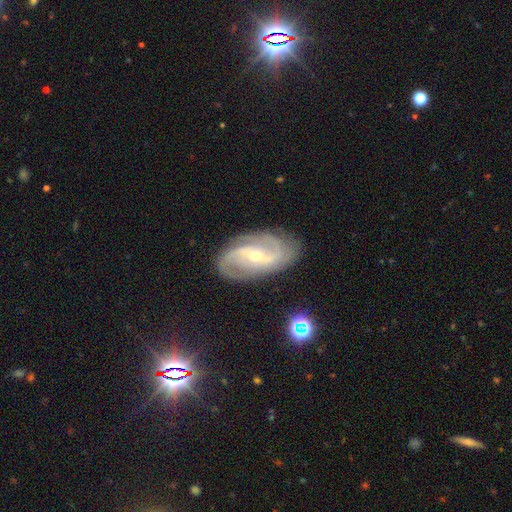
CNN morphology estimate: Smooth or featured?
  - featured or disk: 88% *
  - smooth: 6%
  - star or artifact: 6%
Edge-on disk?
  - no: 96% *
  - yes: 4%
Bar?
  - weak: 44% *
  - no: 28%
  - strong: 27%
Spiral arms?
  - yes: 97% *
  - no: 3%
Spiral winding?
  - medium: 47% *
  - tight: 32%
  - loose: 22%
Spiral arm count?
  - 2: 58% *
  - 3: 18%
  - can't tell: 12%
  - 4: 5%
  - 1: 4%
  - more than 4: 3%
Bulge size?
  - small: 56% *
  - moderate: 41%
  - large: 1%
  - none: 1%
  - dominant: 1%
Merging?
  - none: 78% *
  - minor disturbance: 15%
  - major disturbance: 5%
  - merger: 1%